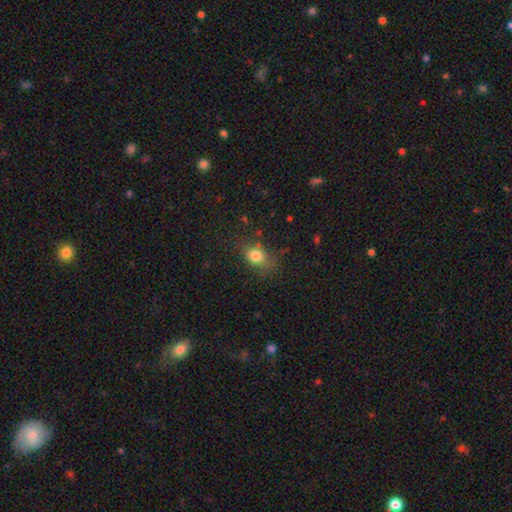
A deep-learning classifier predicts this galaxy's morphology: type=smooth (80%); roundness=in between (57%); merging=none (65%).